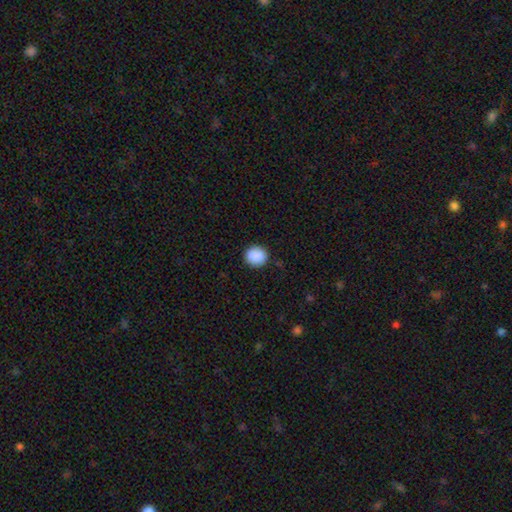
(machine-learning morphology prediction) This appears to be a smooth galaxy with no disk features (89%) that is round (86%). Merging: none (89%).